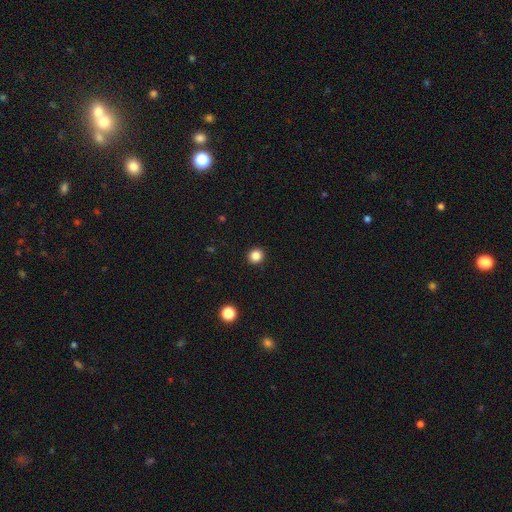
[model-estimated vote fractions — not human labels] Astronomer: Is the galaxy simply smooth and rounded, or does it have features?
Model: smooth — 85%.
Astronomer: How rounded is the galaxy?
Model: round — 90%.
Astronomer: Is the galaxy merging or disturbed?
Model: none — 92%.